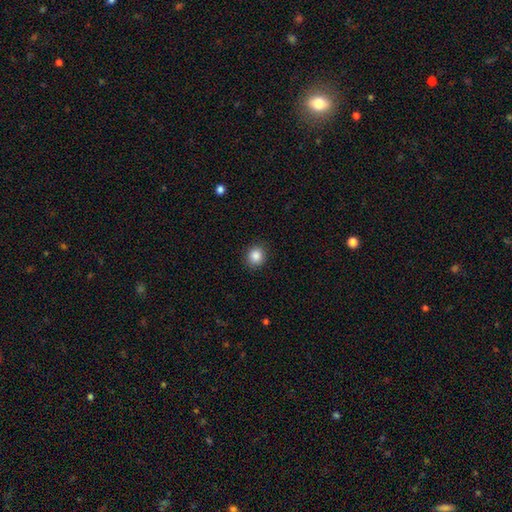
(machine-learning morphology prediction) A smooth galaxy with no disk features (87%) that is round (83%). Merging: none (90%).